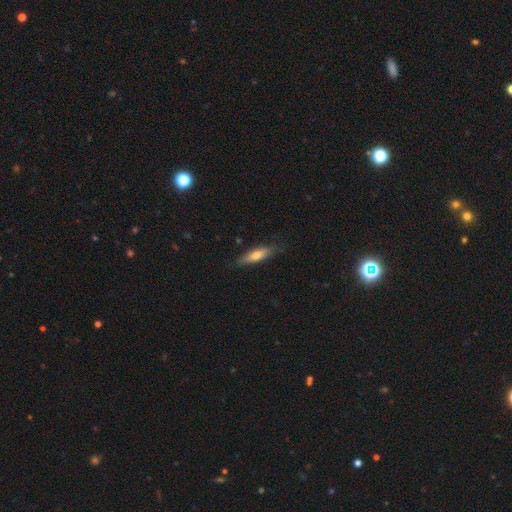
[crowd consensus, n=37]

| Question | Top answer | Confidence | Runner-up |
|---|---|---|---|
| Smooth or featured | smooth | 68% | featured or disk (32%) |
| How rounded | cigar-shaped | 68% | in between (28%) |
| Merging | none | 86% | minor disturbance (8%) |